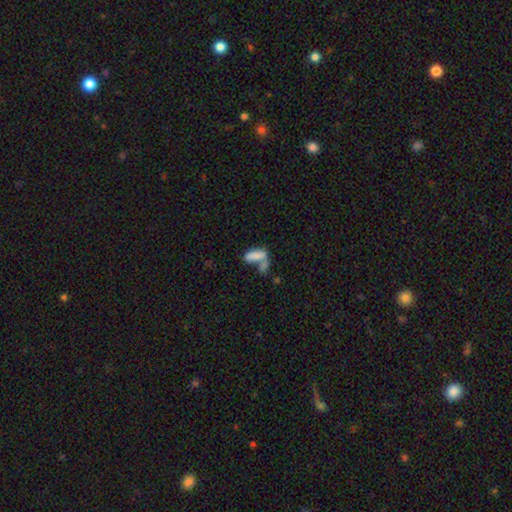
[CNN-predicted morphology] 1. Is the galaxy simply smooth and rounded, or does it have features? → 76% smooth, 14% featured or disk, 11% star or artifact.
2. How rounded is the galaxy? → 73% in between, 23% cigar-shaped, 4% round.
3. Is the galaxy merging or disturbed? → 52% merger, 25% none, 12% major disturbance, 11% minor disturbance.